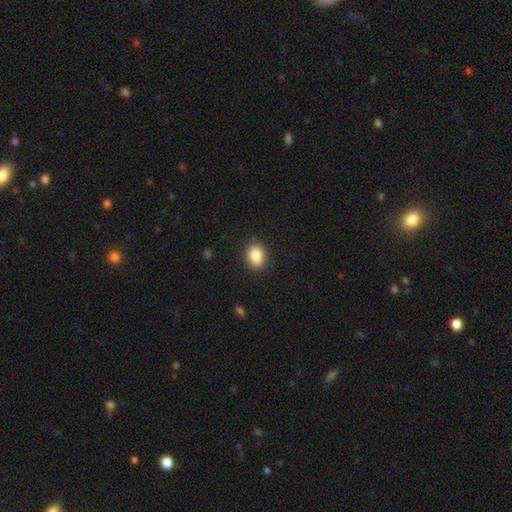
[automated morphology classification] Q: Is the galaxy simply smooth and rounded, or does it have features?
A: smooth — 87%.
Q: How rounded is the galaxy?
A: in between — 71%.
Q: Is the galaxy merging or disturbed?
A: none — 88%.